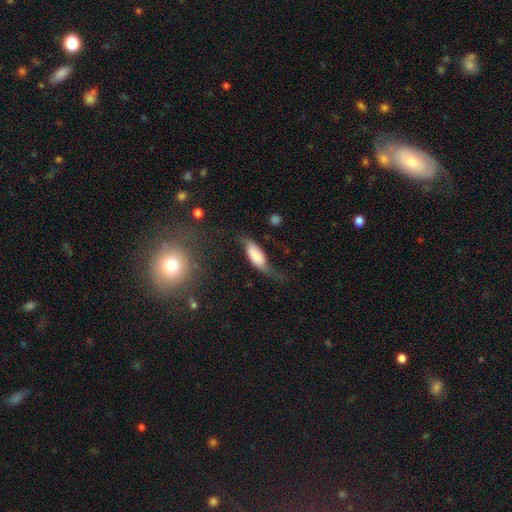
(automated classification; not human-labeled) smooth_or_featured: smooth (p=0.48) [alt: featured or disk p=0.44]
merging: none (p=0.40) [alt: minor disturbance p=0.28]